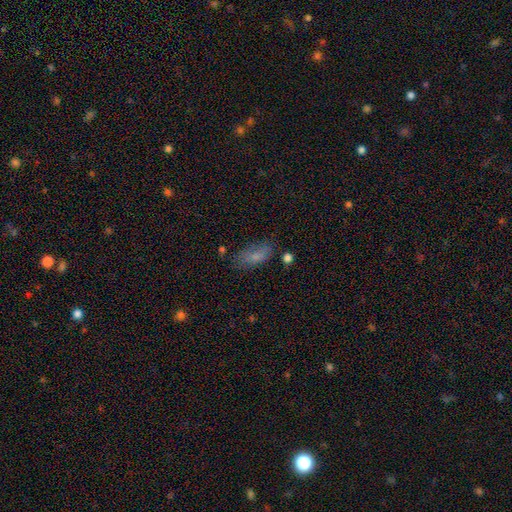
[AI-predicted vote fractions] Smooth or featured?
  - smooth: 76% *
  - featured or disk: 14%
  - star or artifact: 11%
How rounded?
  - in between: 83% *
  - cigar-shaped: 13%
  - round: 4%
Merging?
  - none: 62% *
  - minor disturbance: 24%
  - major disturbance: 10%
  - merger: 4%